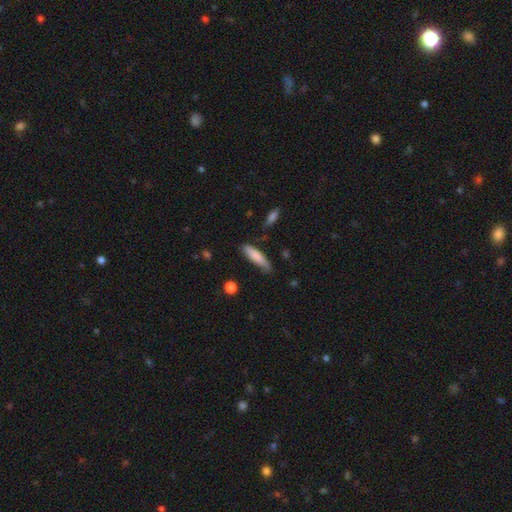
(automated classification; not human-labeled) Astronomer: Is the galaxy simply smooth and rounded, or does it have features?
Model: smooth — 81%.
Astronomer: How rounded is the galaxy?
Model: cigar-shaped — 74%.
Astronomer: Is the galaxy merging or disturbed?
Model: none — 70%.